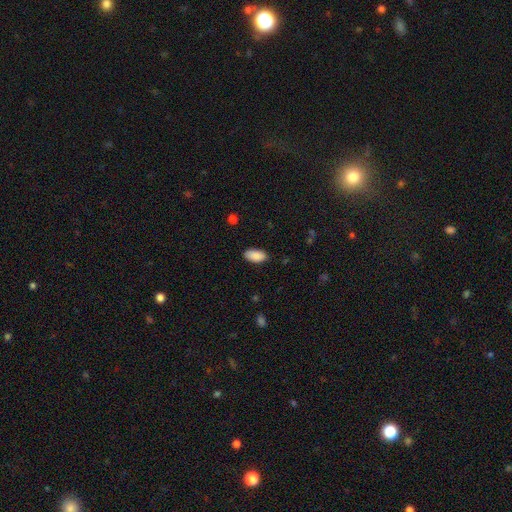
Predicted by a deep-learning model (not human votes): Smooth or featured? smooth (90%)
How rounded? in between (94%)
Merging? none (87%)